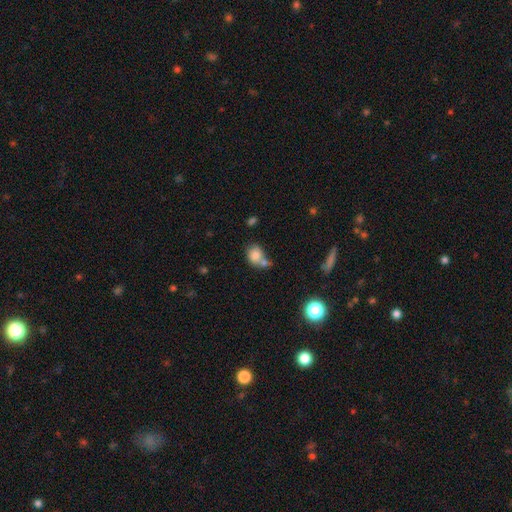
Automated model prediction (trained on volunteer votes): Smooth or featured: smooth — 80% (star or artifact — 10%)
How rounded: round — 55% (in between — 43%)
Merging: none — 41% (merger — 39%)